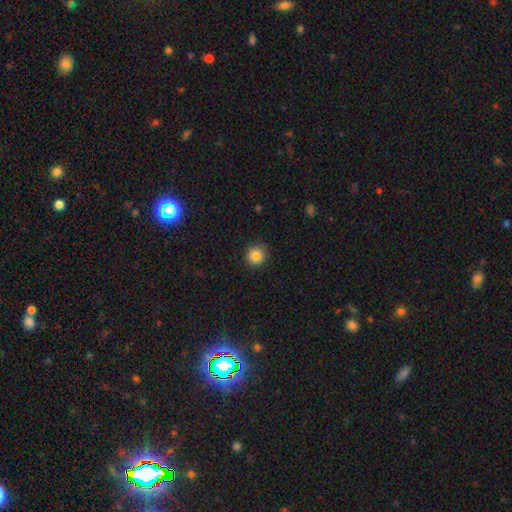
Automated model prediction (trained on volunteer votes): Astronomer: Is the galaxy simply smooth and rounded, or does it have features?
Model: smooth — 85%.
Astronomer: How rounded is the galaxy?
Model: round — 93%.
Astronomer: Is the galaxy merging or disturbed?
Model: none — 89%.